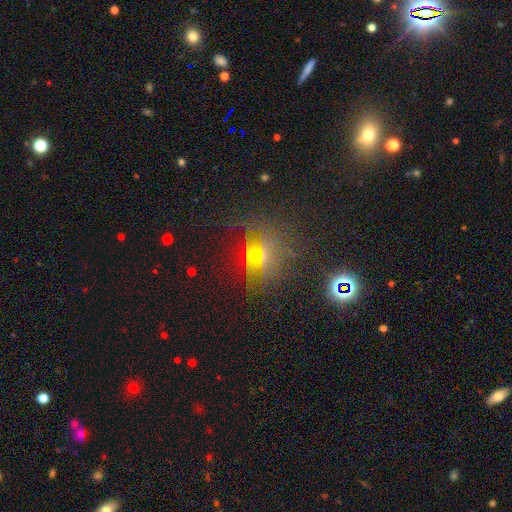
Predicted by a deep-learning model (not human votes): Morphology: type=smooth (41%, tied with star or artifact); merging=none (73%).